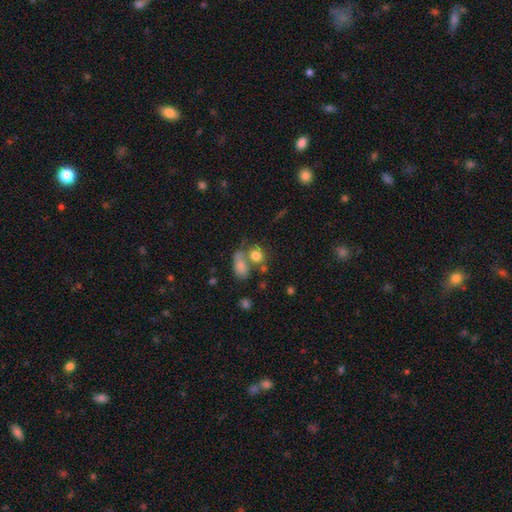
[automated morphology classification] type=smooth (78%); roundness=round (63%); merging=none (44%).